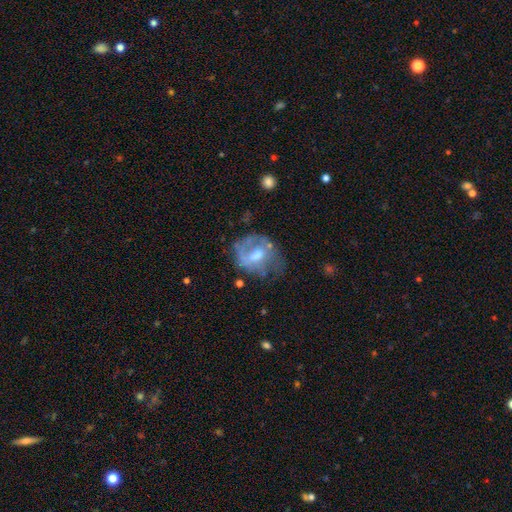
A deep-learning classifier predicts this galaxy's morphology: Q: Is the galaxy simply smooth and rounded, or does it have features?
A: featured or disk — 55%.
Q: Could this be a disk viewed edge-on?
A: no — 96%.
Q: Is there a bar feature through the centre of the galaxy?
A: no — 55%.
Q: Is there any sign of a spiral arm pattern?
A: no — 59%.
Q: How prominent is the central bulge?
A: moderate — 56%.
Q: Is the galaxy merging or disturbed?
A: none — 41%.